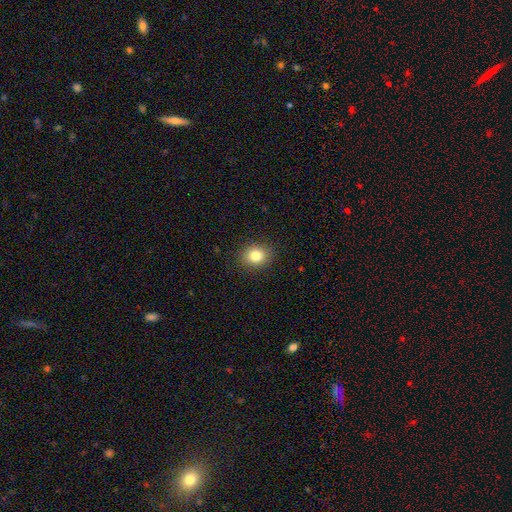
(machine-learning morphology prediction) smooth 82%, star or artifact 11%, featured or disk 7%. Down the decision tree: how rounded — round (64%); merging — none (90%).